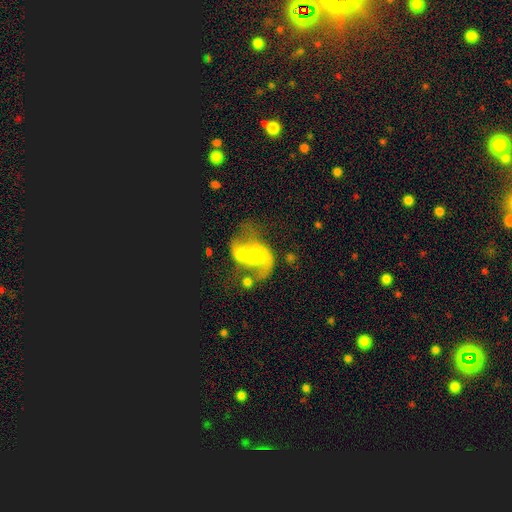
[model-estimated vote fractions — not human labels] A featured or disk galaxy (67%) with no bar (70%), spiral arms (75%) and a moderate central bulge (45%). Merging: merger (64%).